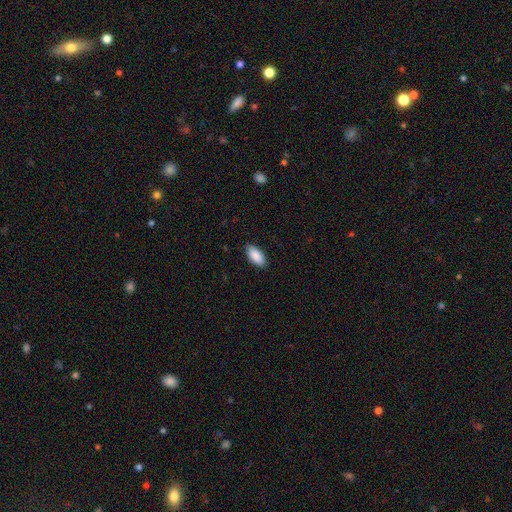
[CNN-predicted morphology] Q: Smooth or featured?
A: smooth (90%); runner-up: star or artifact (6%)
Q: How rounded?
A: in between (94%); runner-up: cigar-shaped (5%)
Q: Merging?
A: none (89%); runner-up: minor disturbance (8%)